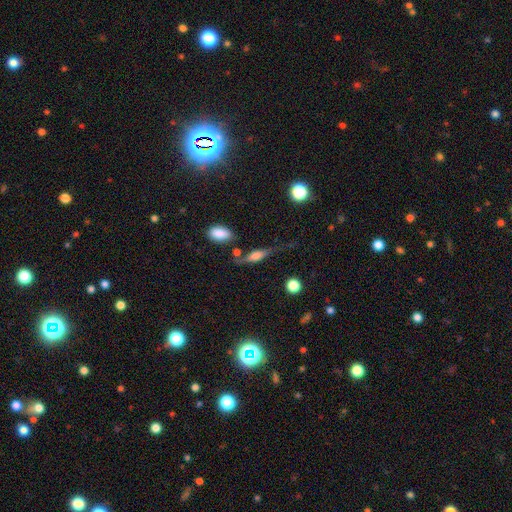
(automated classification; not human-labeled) Smooth or featured? featured or disk (50%)
Edge-on disk? yes (86%)
Merging? none (58%)